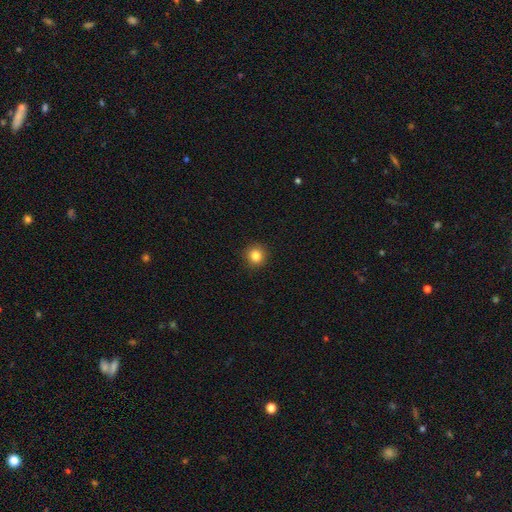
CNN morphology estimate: smooth_or_featured: smooth (p=0.84) [alt: star or artifact p=0.11]
how_rounded: round (p=0.93) [alt: in between p=0.06]
merging: none (p=0.92) [alt: minor disturbance p=0.05]